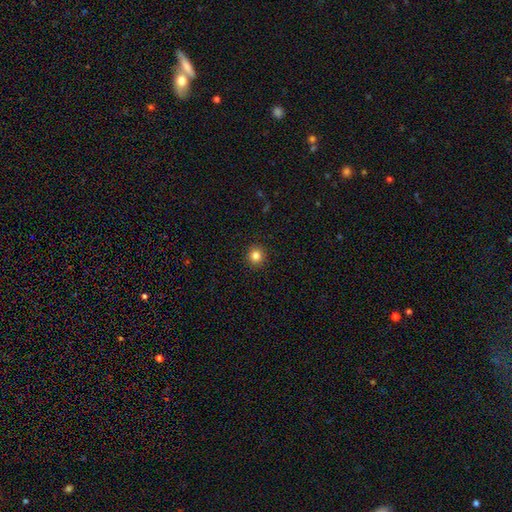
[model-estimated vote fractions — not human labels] smooth 84%, star or artifact 11%, featured or disk 5%. Down the decision tree: how rounded — round (91%); merging — none (93%).